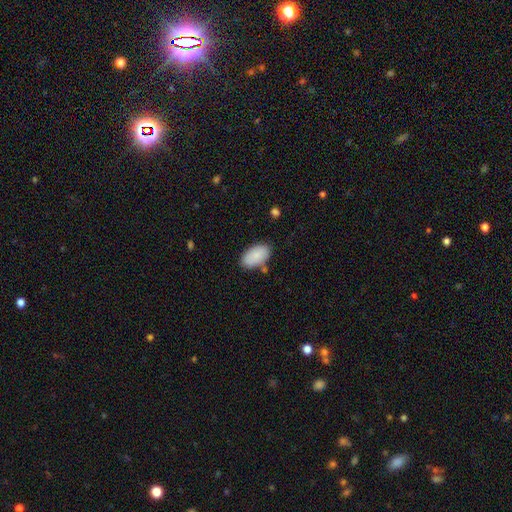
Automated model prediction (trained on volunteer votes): Smooth or featured?
  - smooth: 87% *
  - featured or disk: 7%
  - star or artifact: 6%
How rounded?
  - in between: 95% *
  - round: 3%
  - cigar-shaped: 2%
Merging?
  - none: 79% *
  - minor disturbance: 13%
  - merger: 4%
  - major disturbance: 3%